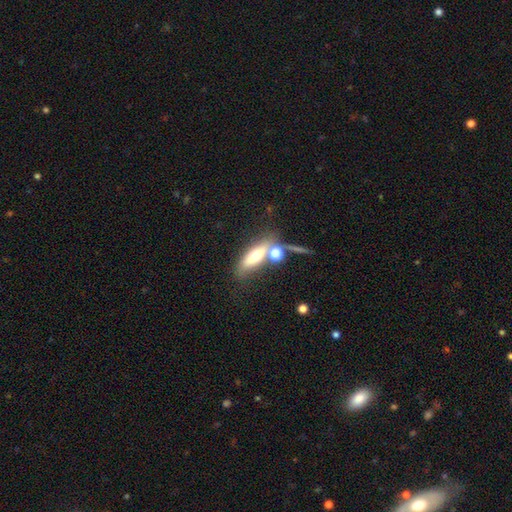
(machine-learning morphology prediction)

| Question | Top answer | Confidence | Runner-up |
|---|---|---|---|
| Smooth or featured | smooth | 59% | featured or disk (30%) |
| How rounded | in between | 52% | cigar-shaped (40%) |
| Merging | none | 53% | merger (26%) |